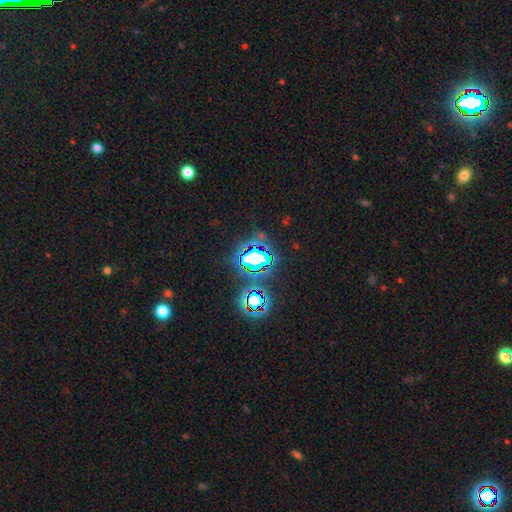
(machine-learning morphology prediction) Overall: star or artifact (80%).